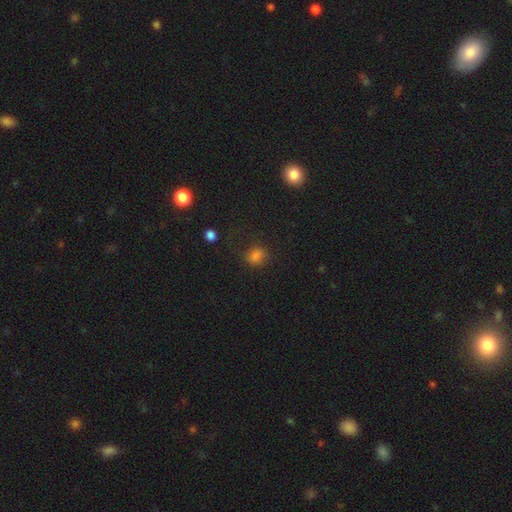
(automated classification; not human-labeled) Morphology: type=smooth (77%); roundness=round (63%); merging=none (70%).